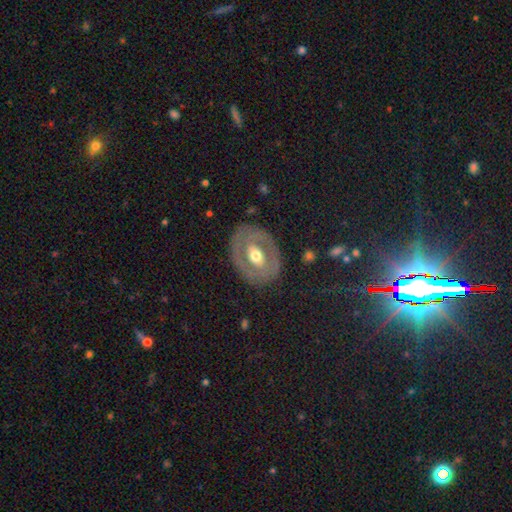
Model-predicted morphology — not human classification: smooth_or_featured: featured or disk (p=0.64) [alt: smooth p=0.30]
disk_edge_on: no (p=0.94) [alt: yes p=0.06]
bar: no (p=0.58) [alt: weak p=0.28]
has_spiral_arms: no (p=0.69) [alt: yes p=0.31]
bulge_size: moderate (p=0.70) [alt: large p=0.17]
merging: none (p=0.78) [alt: minor disturbance p=0.14]